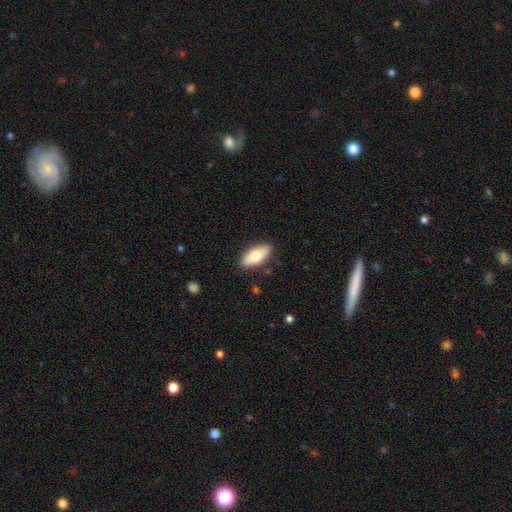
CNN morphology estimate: Smooth or featured?
  - smooth: 71% *
  - featured or disk: 23%
  - star or artifact: 6%
How rounded?
  - in between: 85% *
  - cigar-shaped: 12%
  - round: 3%
Merging?
  - none: 88% *
  - minor disturbance: 9%
  - major disturbance: 2%
  - merger: 1%